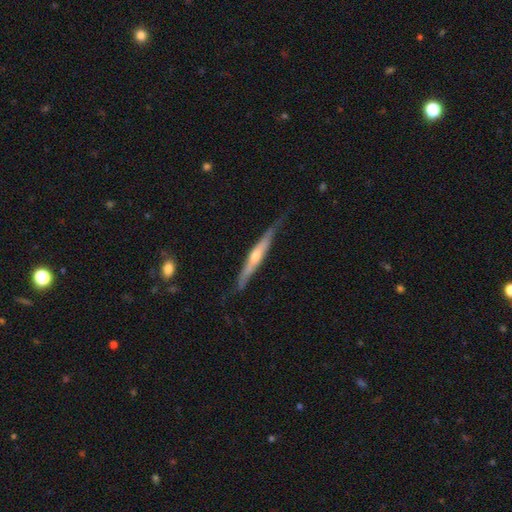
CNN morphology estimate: Smooth or featured?
  - featured or disk: 72% *
  - smooth: 23%
  - star or artifact: 5%
Edge-on disk?
  - yes: 94% *
  - no: 6%
Edge-on bulge?
  - rounded: 76% *
  - none: 19%
  - boxy: 5%
Merging?
  - none: 75% *
  - minor disturbance: 20%
  - major disturbance: 4%
  - merger: 2%